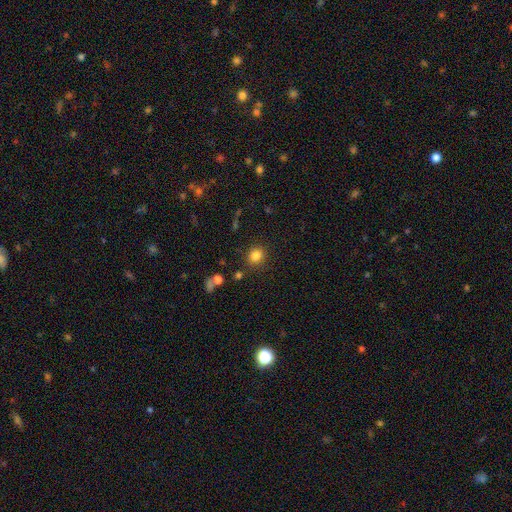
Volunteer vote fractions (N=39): Morphology: type=smooth (95%); roundness=round (78%); merging=none (84%).